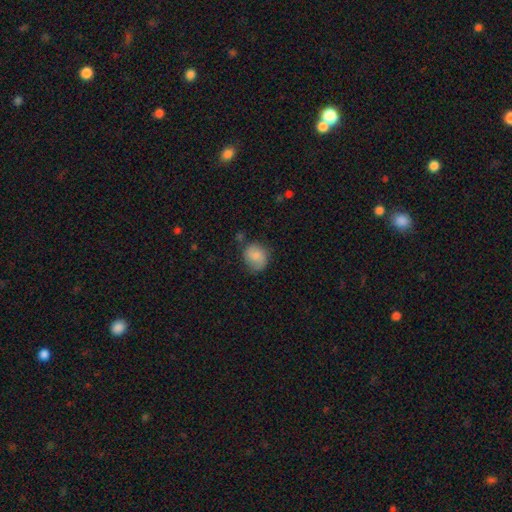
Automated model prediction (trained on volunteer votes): smooth 75%, featured or disk 17%, star or artifact 8%. Down the decision tree: how rounded — round (71%); merging — none (65%).